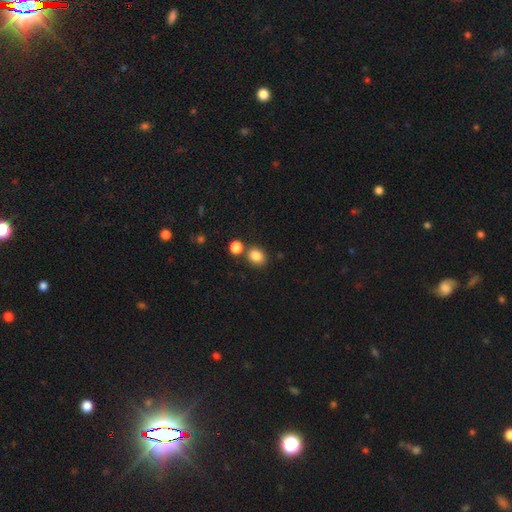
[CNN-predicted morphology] A smooth galaxy with no disk features (84%) that is round (56%). Merging: none (69%).